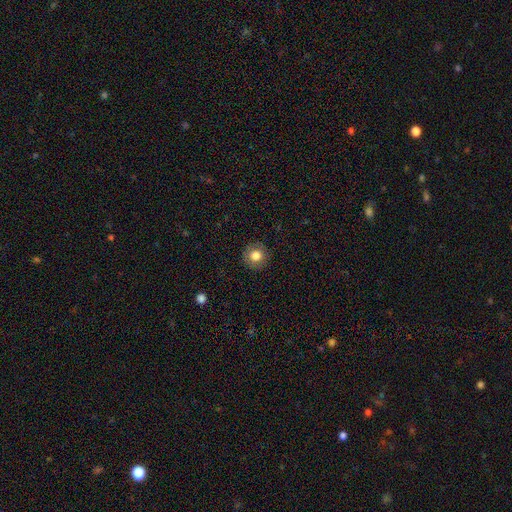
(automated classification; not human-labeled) This appears to be a smooth galaxy with no disk features (79%) that is round (92%). Merging: none (87%).